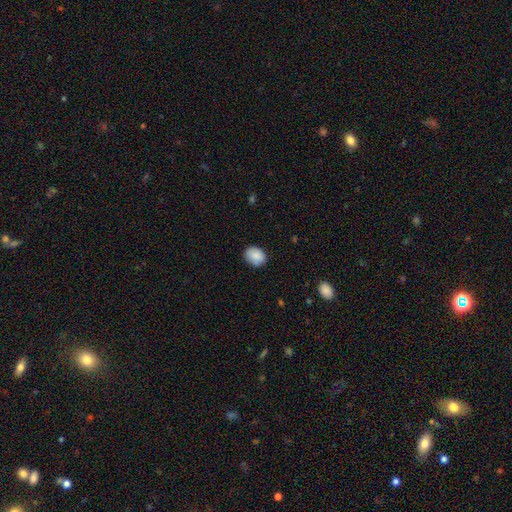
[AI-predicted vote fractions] A smooth galaxy with no disk features (87%) that is in between round and cigar-shaped (58%).

Vote fractions:
- Smooth or featured? smooth: 87% / star or artifact: 7% / featured or disk: 6%
- How rounded? in between: 58% / round: 41% / cigar-shaped: 1%
- Merging? none: 81% / minor disturbance: 16% / major disturbance: 3% / merger: 1%